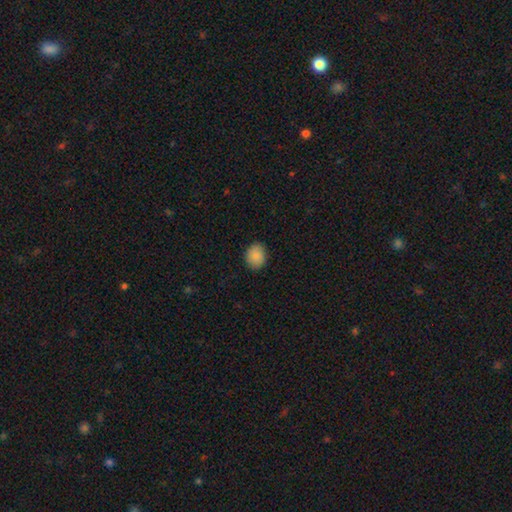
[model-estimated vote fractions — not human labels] A smooth galaxy with no disk features (88%) that is round (55%). Merging: none (88%).